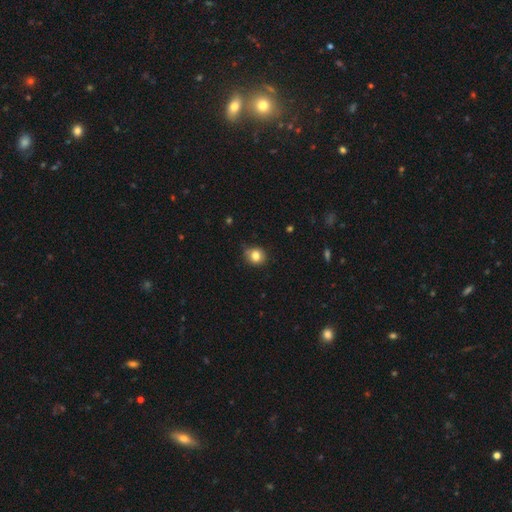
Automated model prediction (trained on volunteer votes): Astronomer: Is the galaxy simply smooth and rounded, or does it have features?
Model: smooth — 81%.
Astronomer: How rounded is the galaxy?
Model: round — 78%.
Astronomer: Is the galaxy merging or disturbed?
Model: none — 72%.